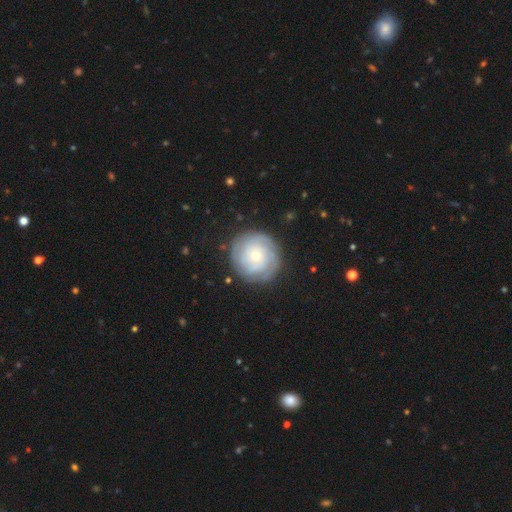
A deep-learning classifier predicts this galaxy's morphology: The model was most divided on "spiral arm count": can't tell: 39%, 3: 20%, 2: 14%, 4: 14%, more than 4: 7%, 1: 6%. More confident: edge-on disk — no (98%); spiral arms — yes (90%); merging — none (83%); bar — no (83%); spiral winding — tight (78%); smooth or featured — featured or disk (73%); bulge size — small (60%).